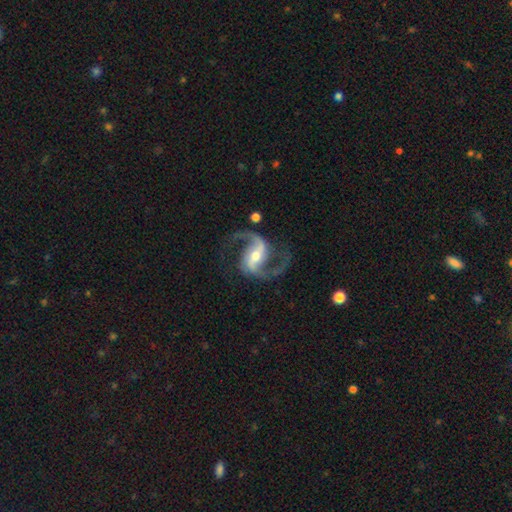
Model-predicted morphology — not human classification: smooth-or-featured: featured or disk: 93% | star or artifact: 4% | smooth: 3%
  disk-edge-on: no: 98% | yes: 2%
    bar: strong: 50% | weak: 36% | no: 14%
    has-spiral-arms: yes: 98% | no: 2%
      spiral-winding: medium: 49% | loose: 44% | tight: 7%
      spiral-arm-count: 2: 94% | 1: 1% | 3: 1% | can't tell: 1% | 4: 1% | more than 4: 1%
    bulge-size: moderate: 56% | small: 36% | large: 6% | none: 2% | dominant: 1%
  merging: none: 78% | minor disturbance: 12% | major disturbance: 8% | merger: 2%